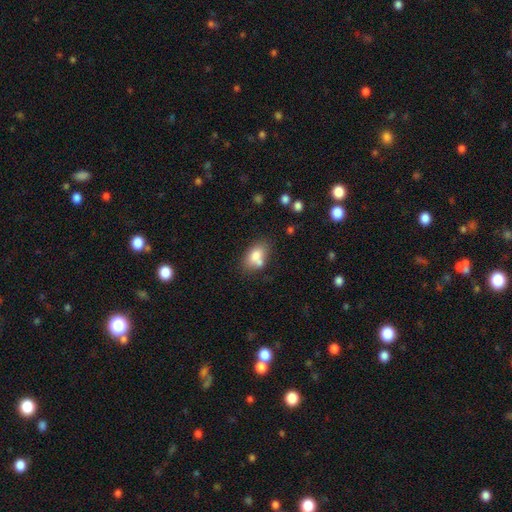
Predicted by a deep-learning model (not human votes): smooth 76%, featured or disk 15%, star or artifact 9%. Down the decision tree: how rounded — in between (83%); merging — none (51%).